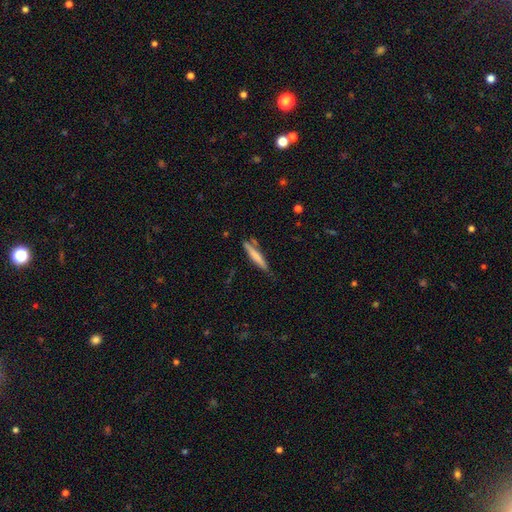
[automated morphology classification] Smooth or featured?
  - smooth: 68% *
  - featured or disk: 27%
  - star or artifact: 6%
How rounded?
  - cigar-shaped: 93% *
  - in between: 6%
  - round: 1%
Merging?
  - none: 77% *
  - minor disturbance: 15%
  - merger: 5%
  - major disturbance: 3%